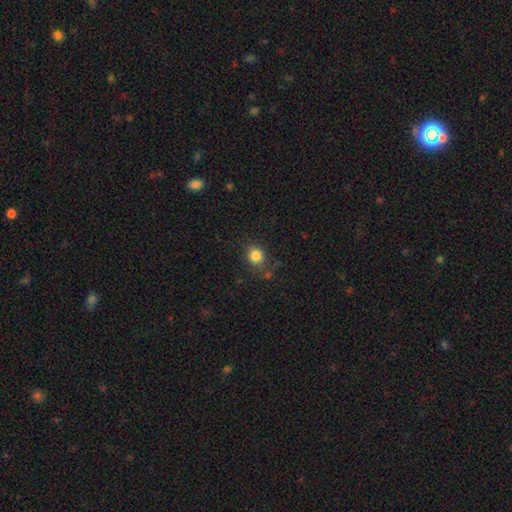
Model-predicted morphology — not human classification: The model was most divided on "how rounded": round: 73%, in between: 26%, cigar-shaped: 1%. More confident: smooth or featured — smooth (84%); merging — none (76%).